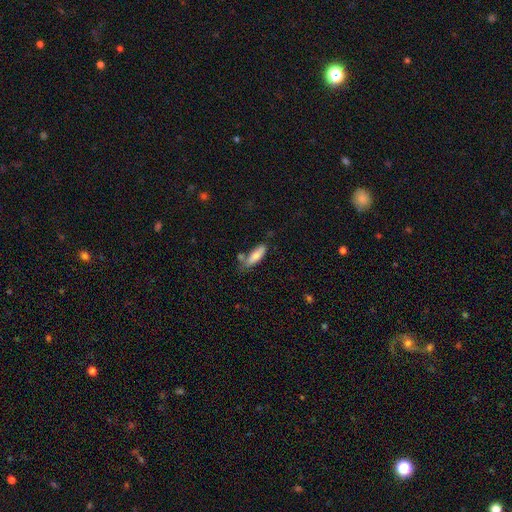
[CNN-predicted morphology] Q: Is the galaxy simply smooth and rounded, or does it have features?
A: smooth — 80%.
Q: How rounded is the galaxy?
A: in between — 55%.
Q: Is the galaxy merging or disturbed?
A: none — 56%.